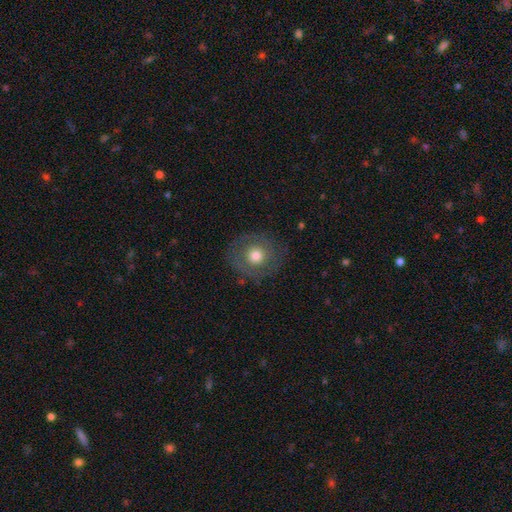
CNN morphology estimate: This appears to be a smooth galaxy with no disk features (59%) that is round (91%). Merging: none (82%).